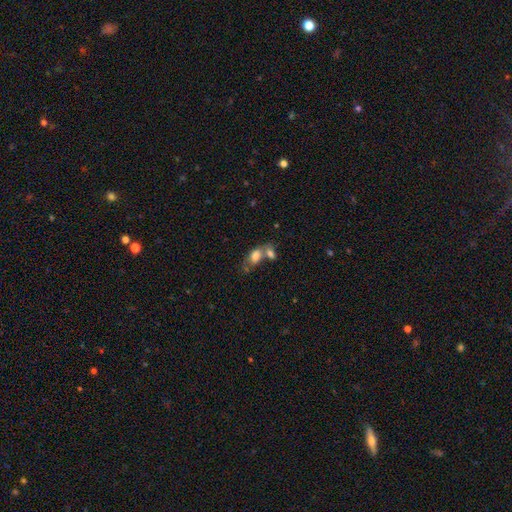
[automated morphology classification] Smooth or featured?
  - smooth: 75% *
  - featured or disk: 16%
  - star or artifact: 9%
How rounded?
  - in between: 85% *
  - round: 11%
  - cigar-shaped: 5%
Merging?
  - merger: 56% *
  - none: 25%
  - minor disturbance: 11%
  - major disturbance: 8%